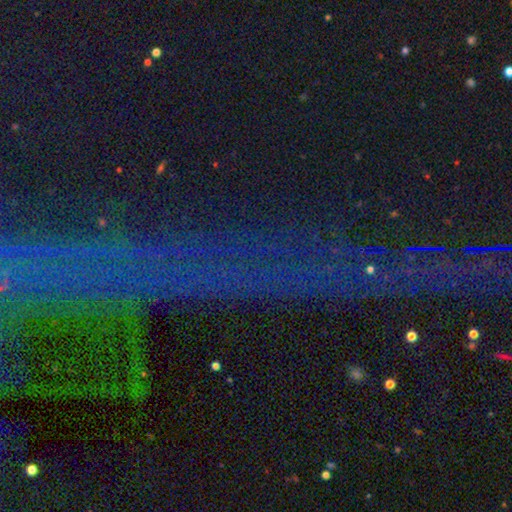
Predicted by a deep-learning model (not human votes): Morphology: type=star or artifact (79%).